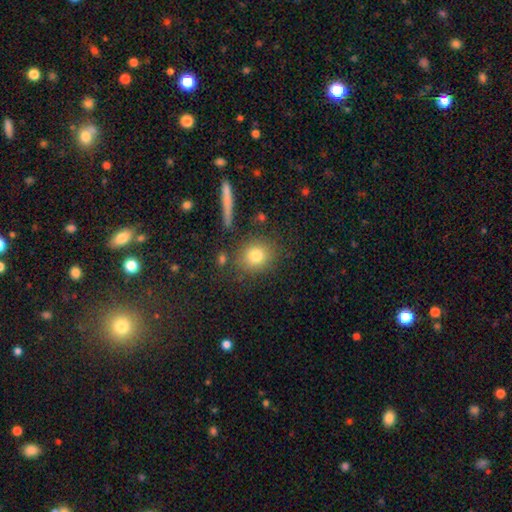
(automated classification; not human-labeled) Smooth or featured? Predicted: smooth (p=0.81). How rounded? Predicted: round (p=0.76). Merging? Predicted: none (p=0.81).